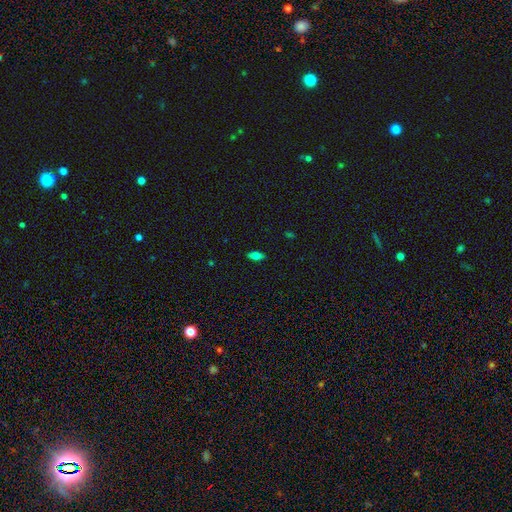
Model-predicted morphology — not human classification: This appears to be a smooth galaxy with no disk features (76%) that is in between round and cigar-shaped (86%). Merging: none (88%).